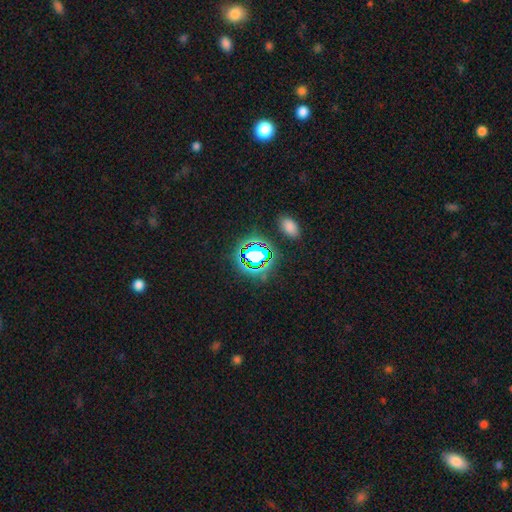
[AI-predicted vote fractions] This is likely a star or artifact rather than a galaxy (63%).